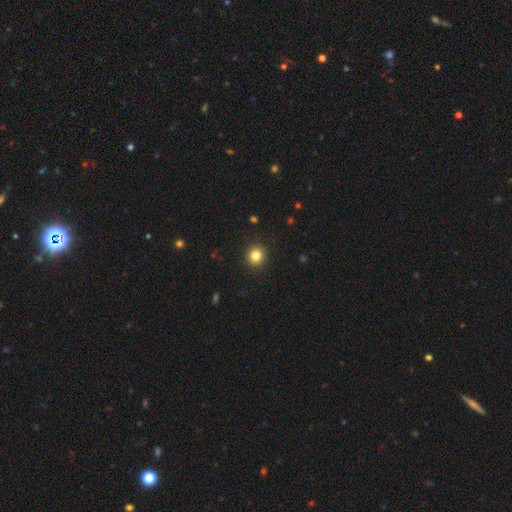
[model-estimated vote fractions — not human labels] Q: Smooth or featured?
A: smooth (82%); runner-up: star or artifact (12%)
Q: How rounded?
A: round (88%); runner-up: in between (11%)
Q: Merging?
A: none (92%); runner-up: minor disturbance (5%)